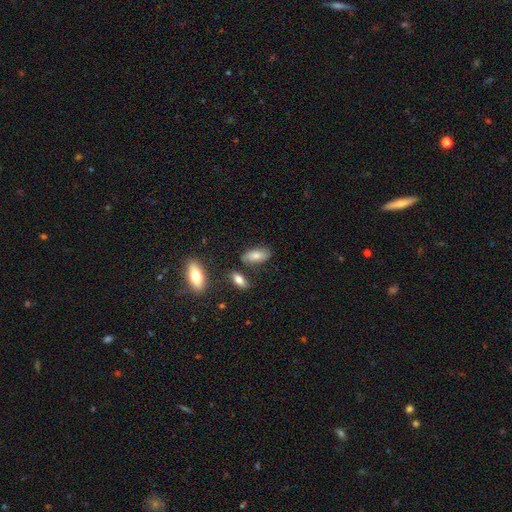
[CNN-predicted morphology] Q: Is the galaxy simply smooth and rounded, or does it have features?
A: smooth — 75%.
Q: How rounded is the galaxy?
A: in between — 89%.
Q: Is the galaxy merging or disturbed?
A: none — 73%.